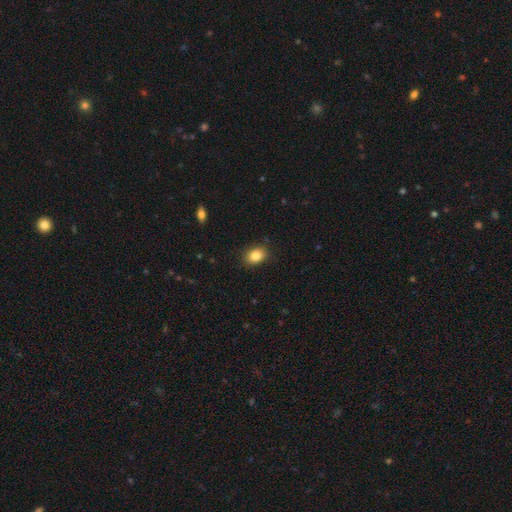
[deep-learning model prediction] Morphology: type=smooth (84%); roundness=in between (68%); merging=none (87%).